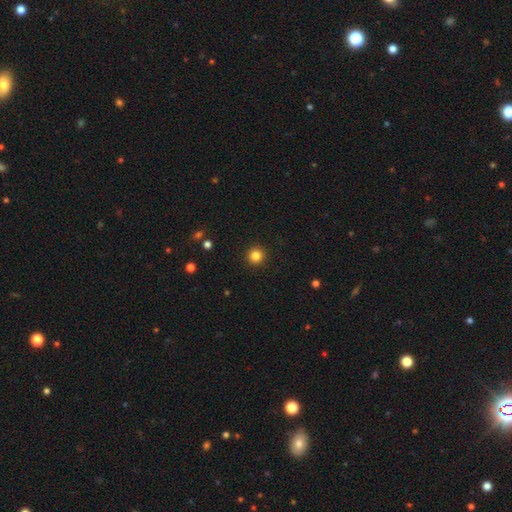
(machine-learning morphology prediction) The model was most divided on "smooth or featured": smooth: 84%, star or artifact: 12%, featured or disk: 4%. More confident: how rounded — round (96%); merging — none (93%).